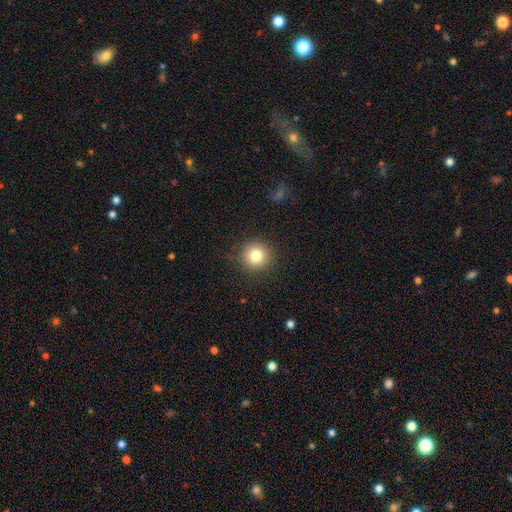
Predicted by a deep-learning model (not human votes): Q: Smooth or featured?
A: smooth (81%); runner-up: star or artifact (11%)
Q: How rounded?
A: round (94%); runner-up: in between (5%)
Q: Merging?
A: none (89%); runner-up: minor disturbance (7%)